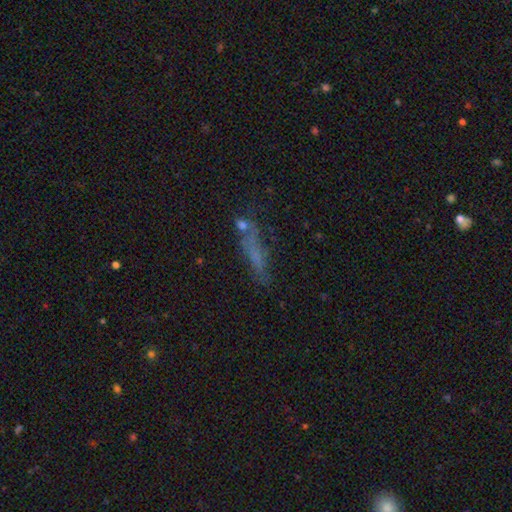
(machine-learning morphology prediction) smooth-or-featured: smooth: 55% | featured or disk: 28% | star or artifact: 17%
  how-rounded: cigar-shaped: 69% | in between: 27% | round: 4%
  merging: none: 51% | minor disturbance: 21% | major disturbance: 15% | merger: 12%